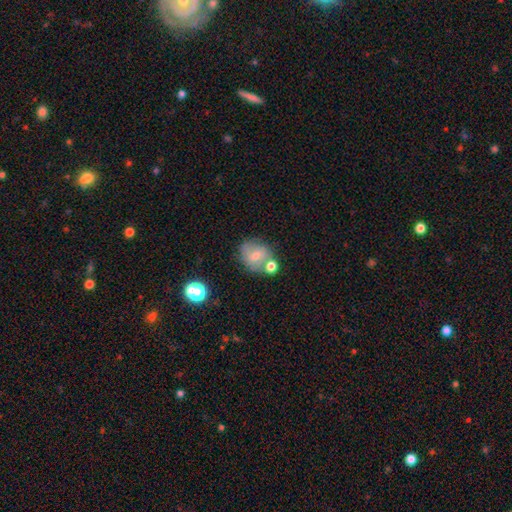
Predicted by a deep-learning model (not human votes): A smooth galaxy with no disk features (67%) that is round (65%). Merging: none (50%).